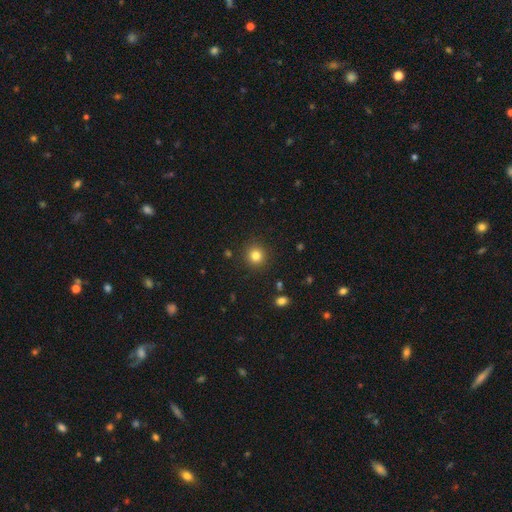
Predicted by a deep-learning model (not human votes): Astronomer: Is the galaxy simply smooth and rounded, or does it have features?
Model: smooth — 81%.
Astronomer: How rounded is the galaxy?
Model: round — 93%.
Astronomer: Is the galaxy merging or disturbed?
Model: none — 91%.